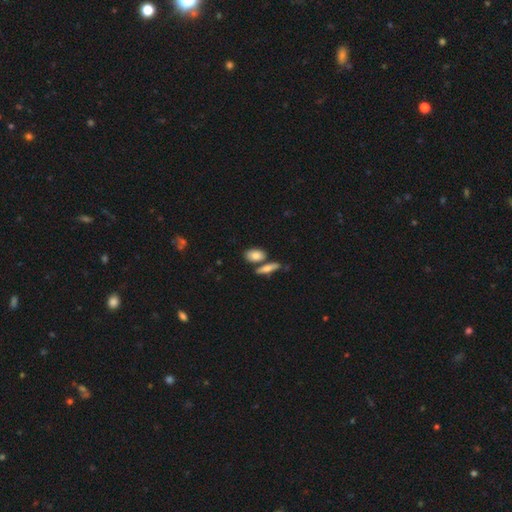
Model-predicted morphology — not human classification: Smooth or featured?
  - smooth: 81% *
  - featured or disk: 12%
  - star or artifact: 7%
How rounded?
  - in between: 83% *
  - cigar-shaped: 8%
  - round: 8%
Merging?
  - none: 62% *
  - merger: 23%
  - minor disturbance: 12%
  - major disturbance: 3%